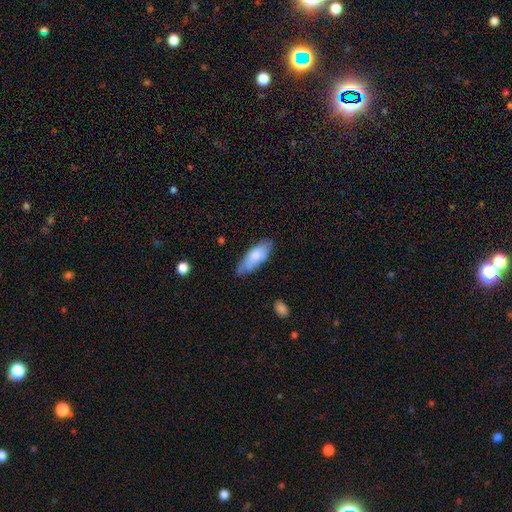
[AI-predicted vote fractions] Overall: smooth (72%). How rounded: in between (74%). Merging: none (66%; minor disturbance 27%).